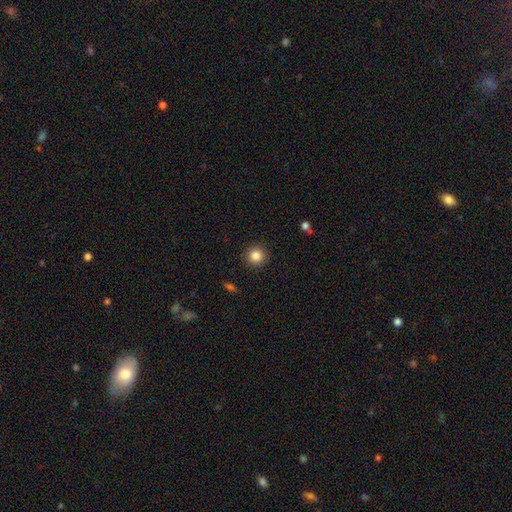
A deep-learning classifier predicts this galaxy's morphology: The model was most divided on "smooth or featured": smooth: 85%, star or artifact: 10%, featured or disk: 5%. More confident: how rounded — round (93%); merging — none (91%).